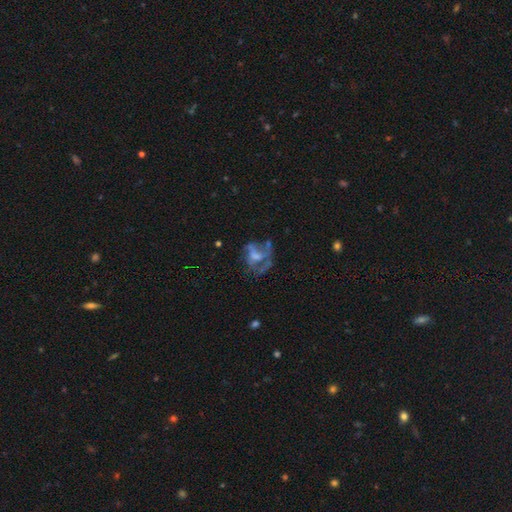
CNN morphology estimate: This appears to be a featured or disk galaxy (63%) with no bar (66%), no spiral arms (57%) and no central bulge (37%). Merging: major disturbance (40%).